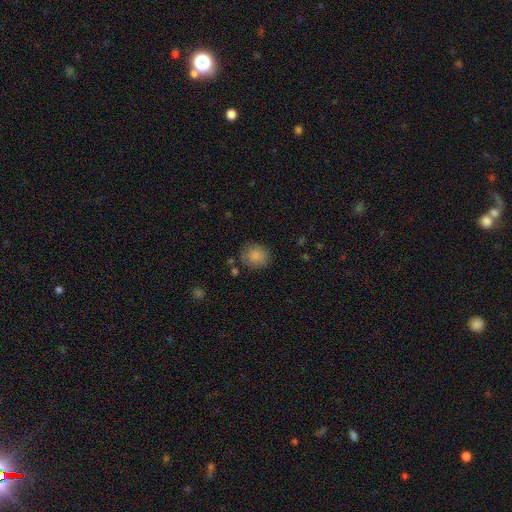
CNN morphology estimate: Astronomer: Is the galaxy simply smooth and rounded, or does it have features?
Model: smooth — 85%.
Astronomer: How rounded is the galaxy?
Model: round — 80%.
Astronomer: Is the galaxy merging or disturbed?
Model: none — 81%.